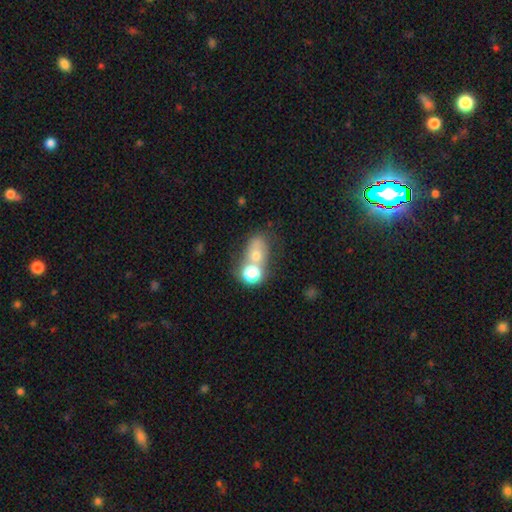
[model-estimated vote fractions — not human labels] Morphology: type=smooth (61%); roundness=in between (54%); merging=merger (47%).